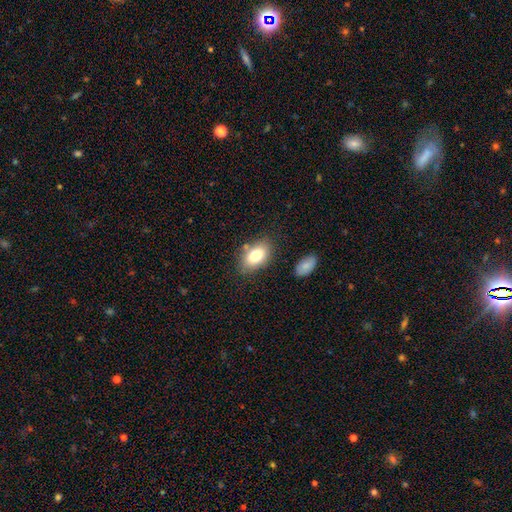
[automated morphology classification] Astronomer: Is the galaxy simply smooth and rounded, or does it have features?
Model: smooth — 79%.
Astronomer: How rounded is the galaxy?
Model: in between — 89%.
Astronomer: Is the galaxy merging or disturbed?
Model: none — 76%.